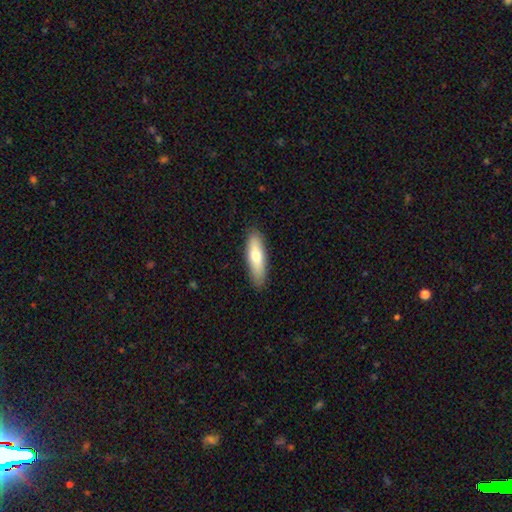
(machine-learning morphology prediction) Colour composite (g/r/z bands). It shows a smooth galaxy with no disk features (68%) that is cigar-shaped (55%). Merging: none (87%).